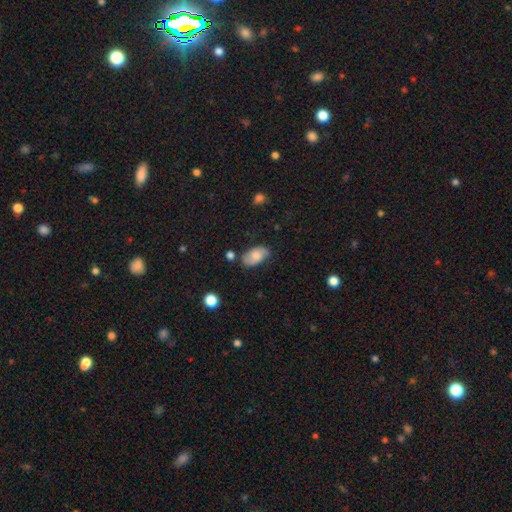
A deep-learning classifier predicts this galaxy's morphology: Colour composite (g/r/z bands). It shows a smooth galaxy with no disk features (69%) that is in between round and cigar-shaped (93%). Merging: none (71%).